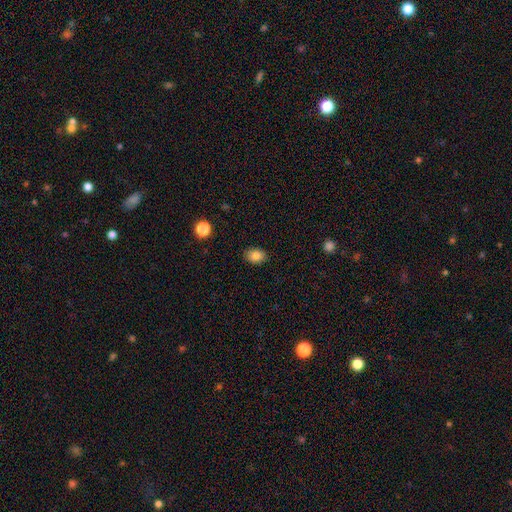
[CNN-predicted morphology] smooth 85%, star or artifact 10%, featured or disk 5%. Down the decision tree: how rounded — in between (71%); merging — none (86%).